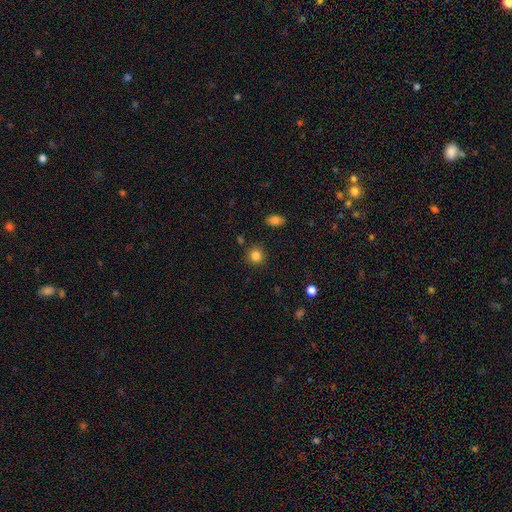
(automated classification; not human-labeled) Smooth or featured? smooth (84%)
How rounded? round (90%)
Merging? none (88%)